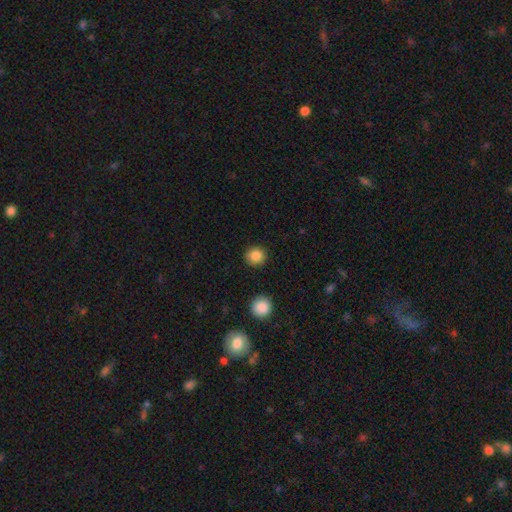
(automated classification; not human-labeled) Smooth or featured?
  - smooth: 85% *
  - star or artifact: 10%
  - featured or disk: 5%
How rounded?
  - round: 93% *
  - in between: 6%
  - cigar-shaped: 1%
Merging?
  - none: 91% *
  - minor disturbance: 6%
  - major disturbance: 2%
  - merger: 2%